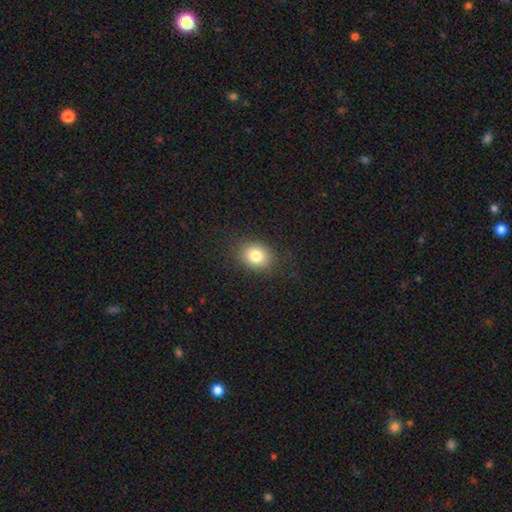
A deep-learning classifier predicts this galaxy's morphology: A smooth galaxy with no disk features (81%) that is round (54%).

Vote fractions:
- Smooth or featured? smooth: 81% / star or artifact: 11% / featured or disk: 9%
- How rounded? round: 54% / in between: 45% / cigar-shaped: 1%
- Merging? none: 86% / minor disturbance: 9% / major disturbance: 3% / merger: 1%